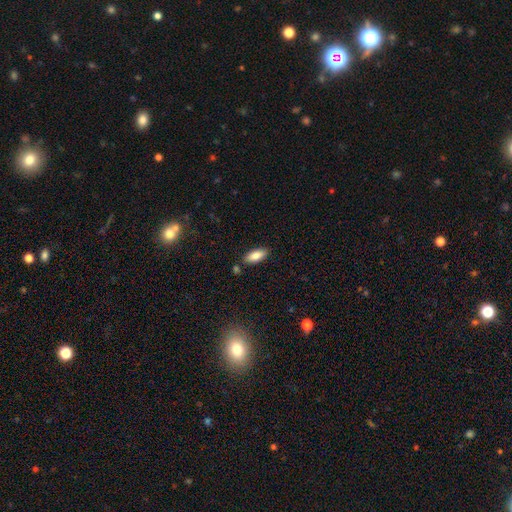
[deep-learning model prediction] This appears to be a smooth galaxy with no disk features (83%) that is in between round and cigar-shaped (83%). Merging: none (84%).